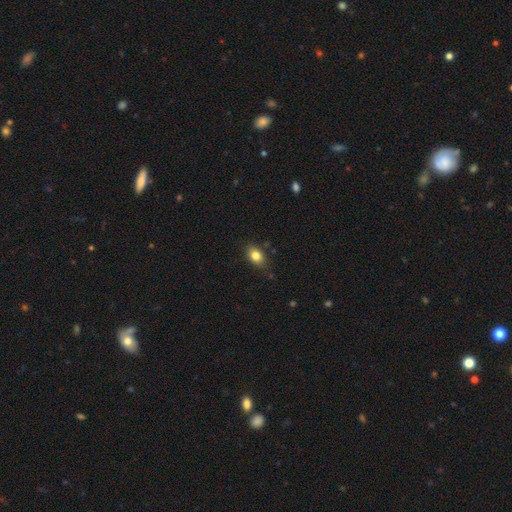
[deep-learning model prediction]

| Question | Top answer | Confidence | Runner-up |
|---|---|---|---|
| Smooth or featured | smooth | 82% | star or artifact (9%) |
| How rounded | in between | 76% | round (22%) |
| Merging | none | 79% | minor disturbance (16%) |